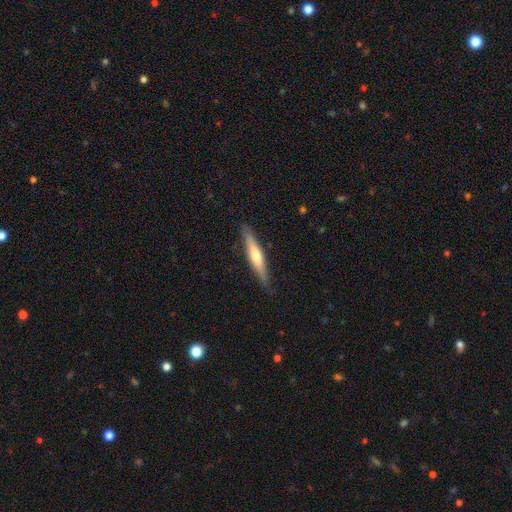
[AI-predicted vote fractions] Morphology: type=featured or disk (50%); merging=none (87%).